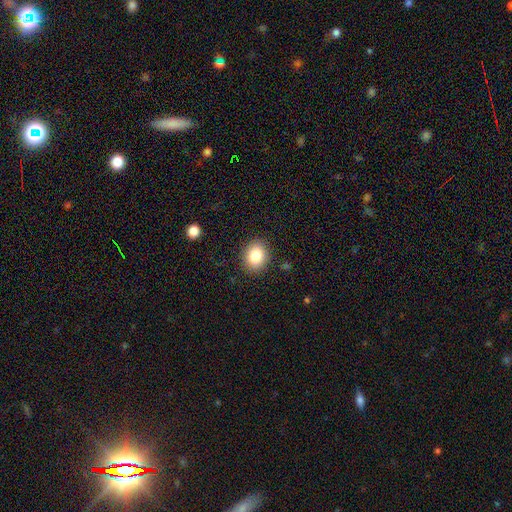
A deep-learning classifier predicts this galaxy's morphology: Smooth or featured? Predicted: smooth (p=0.86). How rounded? Predicted: round (p=0.52). Merging? Predicted: none (p=0.88).